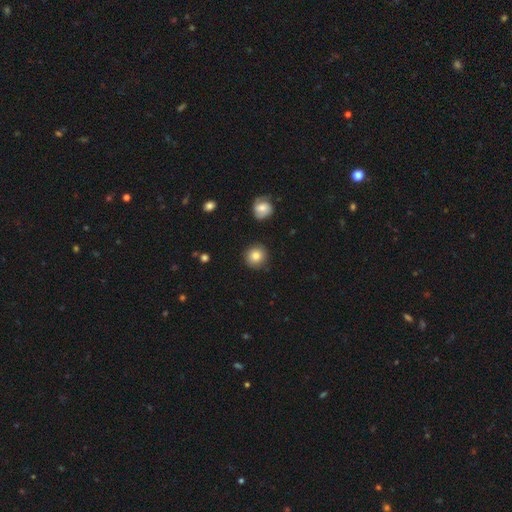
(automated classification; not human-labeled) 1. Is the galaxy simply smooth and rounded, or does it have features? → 82% smooth, 9% featured or disk, 9% star or artifact.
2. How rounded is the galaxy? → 92% round, 7% in between, 1% cigar-shaped.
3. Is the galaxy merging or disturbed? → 88% none, 8% minor disturbance, 2% major disturbance, 2% merger.